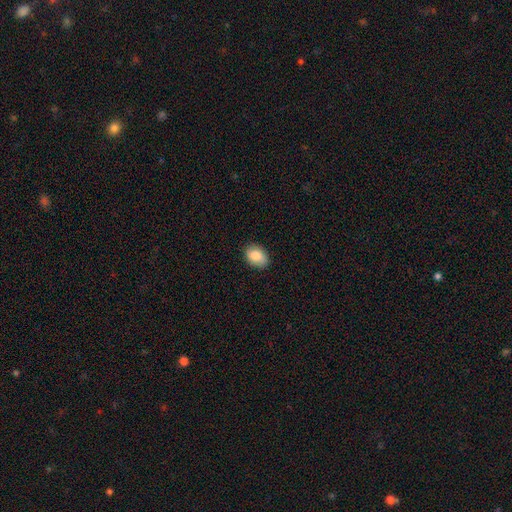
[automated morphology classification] This is clearly a smooth galaxy (85%). How rounded: likely in between (76%). Merging: clearly none (85%).